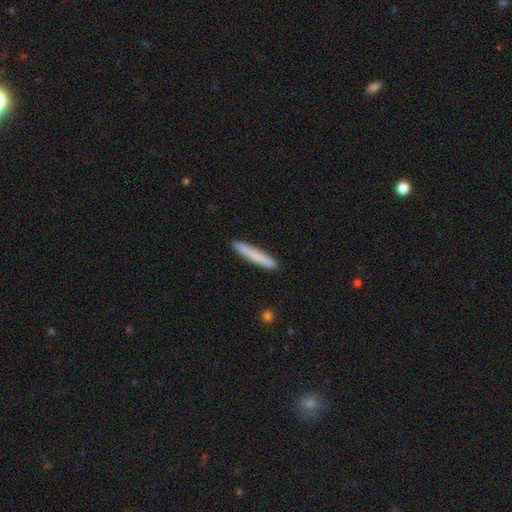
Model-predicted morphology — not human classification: A smooth galaxy with no disk features (75%) that is cigar-shaped (96%).

Vote fractions:
- Smooth or featured? smooth: 75% / featured or disk: 19% / star or artifact: 6%
- How rounded? cigar-shaped: 96% / in between: 3% / round: 1%
- Merging? none: 91% / minor disturbance: 6% / major disturbance: 1% / merger: 1%